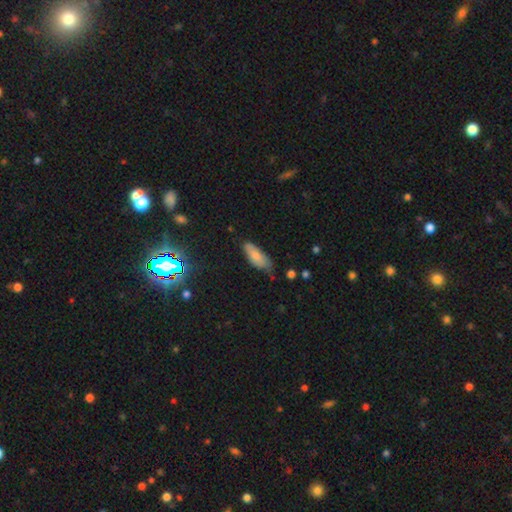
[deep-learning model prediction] The model was most divided on "merging": none: 53%, minor disturbance: 36%, major disturbance: 7%, merger: 3%. More confident: smooth or featured — smooth (75%); how rounded — in between (75%).